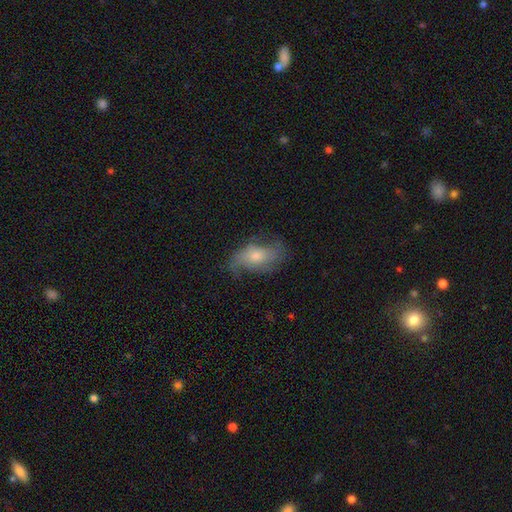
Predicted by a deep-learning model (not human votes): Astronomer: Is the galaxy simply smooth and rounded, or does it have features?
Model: featured or disk — 56% (runner-up: smooth, 35%).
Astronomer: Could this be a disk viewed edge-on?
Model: no — 91%.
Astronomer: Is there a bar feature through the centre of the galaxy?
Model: no — 69%.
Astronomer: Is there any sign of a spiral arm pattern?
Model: yes — 80%.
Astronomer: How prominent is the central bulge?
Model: moderate — 51% (runner-up: small, 35%).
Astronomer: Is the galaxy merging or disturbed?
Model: none — 58%.